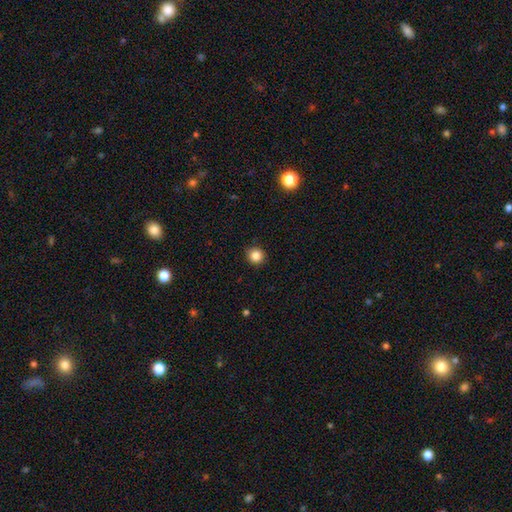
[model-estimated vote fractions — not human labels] Smooth or featured?
  - smooth: 85% *
  - star or artifact: 11%
  - featured or disk: 4%
How rounded?
  - round: 93% *
  - in between: 6%
  - cigar-shaped: 1%
Merging?
  - none: 90% *
  - minor disturbance: 7%
  - major disturbance: 2%
  - merger: 1%